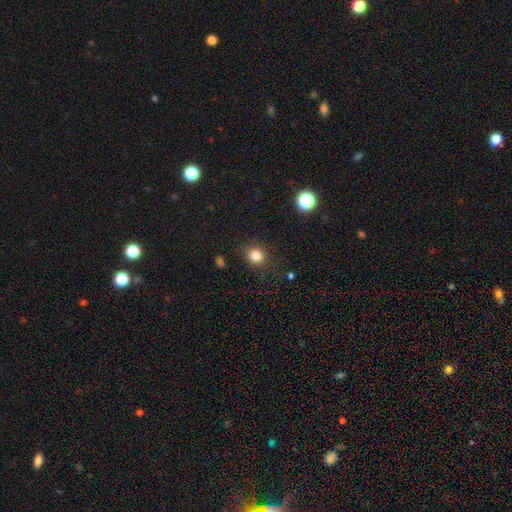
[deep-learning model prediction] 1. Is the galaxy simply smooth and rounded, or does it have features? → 82% smooth, 13% star or artifact, 5% featured or disk.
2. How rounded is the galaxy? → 81% round, 18% in between, 1% cigar-shaped.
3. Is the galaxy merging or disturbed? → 87% none, 9% minor disturbance, 3% major disturbance, 1% merger.